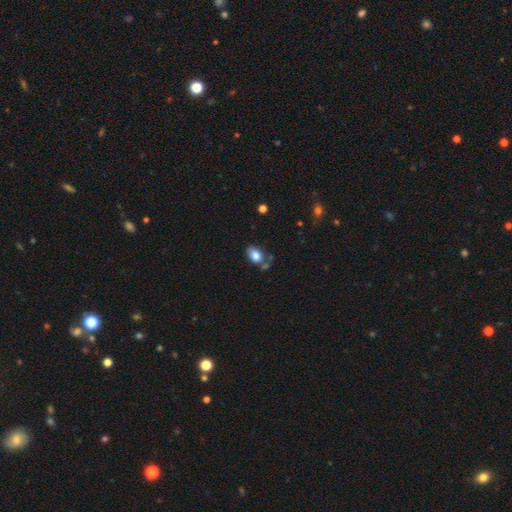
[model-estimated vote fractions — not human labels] This is clearly a smooth galaxy (81%). How rounded: clearly in between (81%). Merging: possibly none (55%).